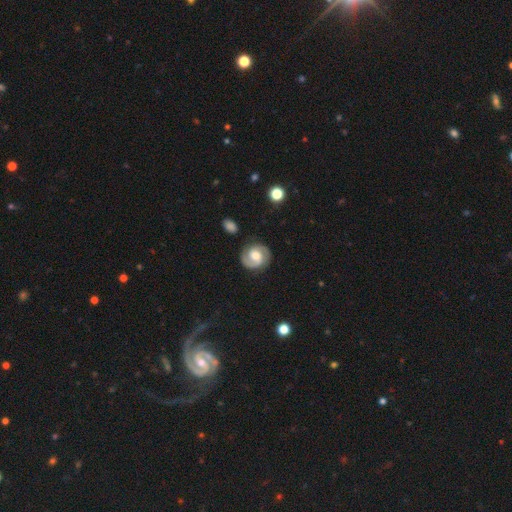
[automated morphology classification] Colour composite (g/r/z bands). It shows a featured or disk galaxy (79%) with no bar (45%), 2 (89%) medium (46%) spiral arms (95%) and a moderate central bulge (71%). Merging: none (84%).